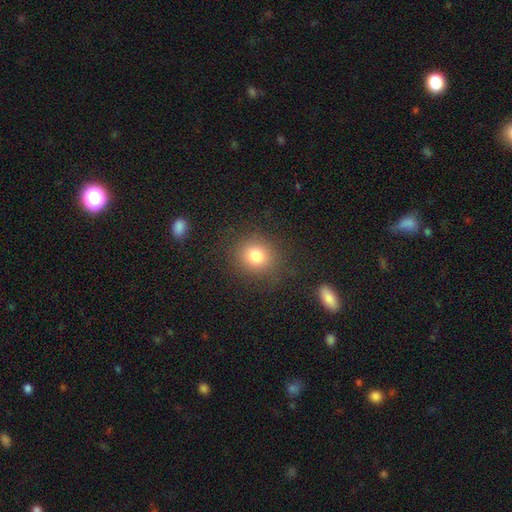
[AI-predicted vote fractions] A smooth galaxy with no disk features (79%) that is round (83%).

Vote fractions:
- Smooth or featured? smooth: 79% / star or artifact: 12% / featured or disk: 9%
- How rounded? round: 83% / in between: 16% / cigar-shaped: 1%
- Merging? none: 83% / minor disturbance: 10% / major disturbance: 5% / merger: 2%